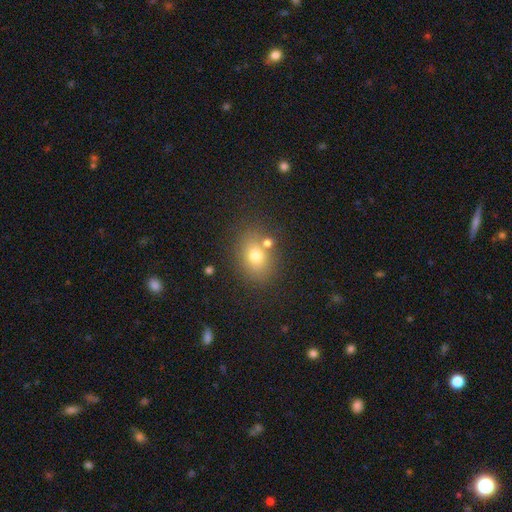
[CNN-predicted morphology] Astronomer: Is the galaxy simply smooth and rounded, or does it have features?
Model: smooth — 73%.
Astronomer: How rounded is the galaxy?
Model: in between — 57% (runner-up: round, 42%).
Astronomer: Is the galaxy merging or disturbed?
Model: none — 72%.